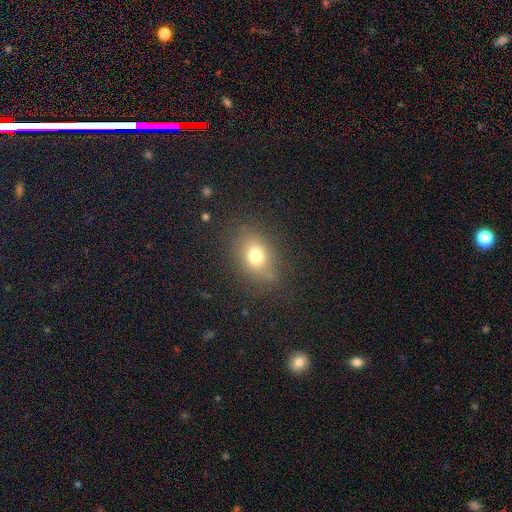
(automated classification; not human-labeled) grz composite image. It shows a smooth galaxy with no disk features (72%) that is in between round and cigar-shaped (65%). Merging: none (79%).